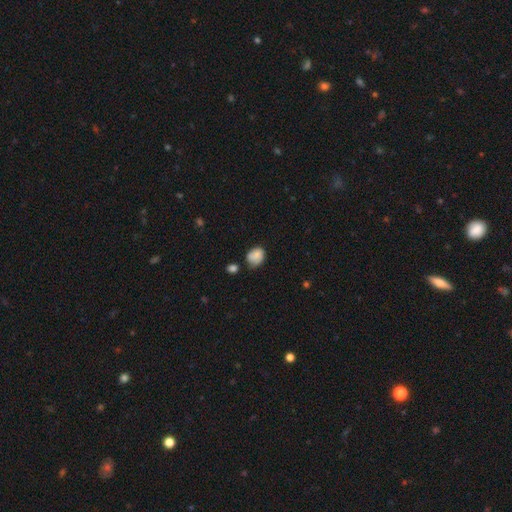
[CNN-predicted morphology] The model was most divided on "merging": none: 49%, minor disturbance: 33%, merger: 9%, major disturbance: 9%. More confident: smooth or featured — smooth (78%); how rounded — in between (58%).